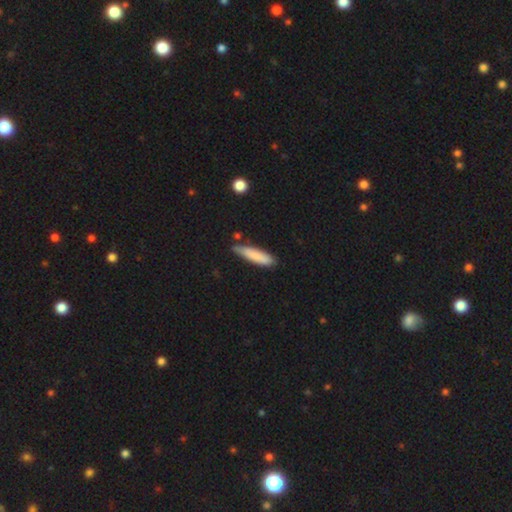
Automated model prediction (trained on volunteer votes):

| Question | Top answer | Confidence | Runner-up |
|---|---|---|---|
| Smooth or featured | smooth | 82% | featured or disk (12%) |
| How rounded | cigar-shaped | 82% | in between (17%) |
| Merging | none | 70% | minor disturbance (22%) |